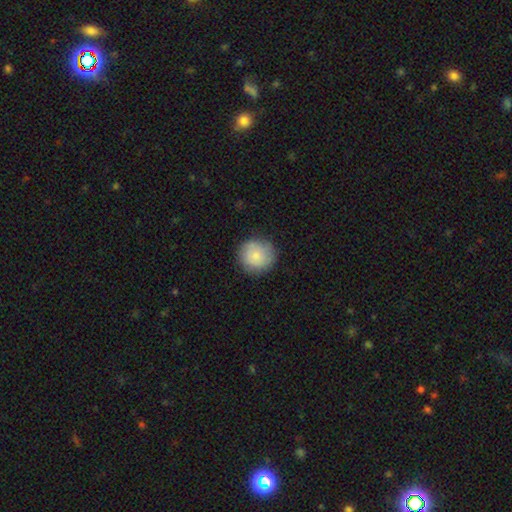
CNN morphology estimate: This is clearly a smooth galaxy (82%). How rounded: clearly round (93%). Merging: clearly none (84%).